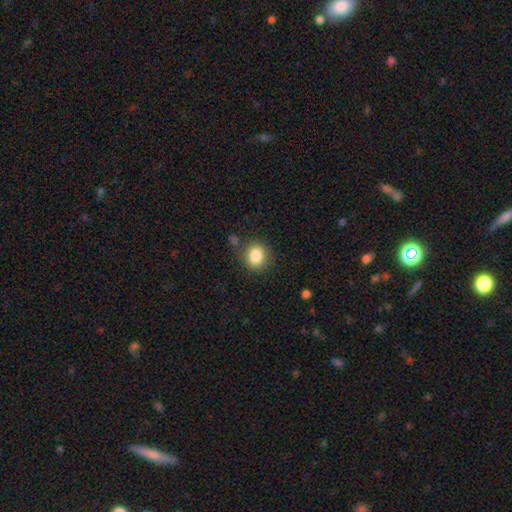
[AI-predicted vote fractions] smooth-or-featured: smooth: 85% | star or artifact: 10% | featured or disk: 5%
  how-rounded: round: 74% | in between: 25% | cigar-shaped: 1%
  merging: none: 83% | minor disturbance: 10% | major disturbance: 4% | merger: 3%